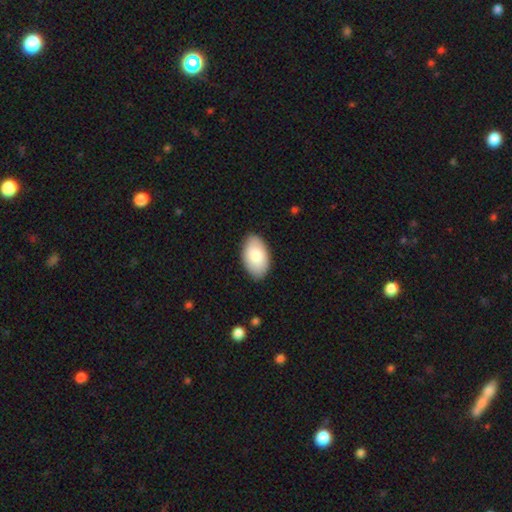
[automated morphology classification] smooth_or_featured: smooth (p=0.80) [alt: featured or disk p=0.15]
how_rounded: in between (p=0.94) [alt: round p=0.05]
merging: none (p=0.86) [alt: minor disturbance p=0.11]